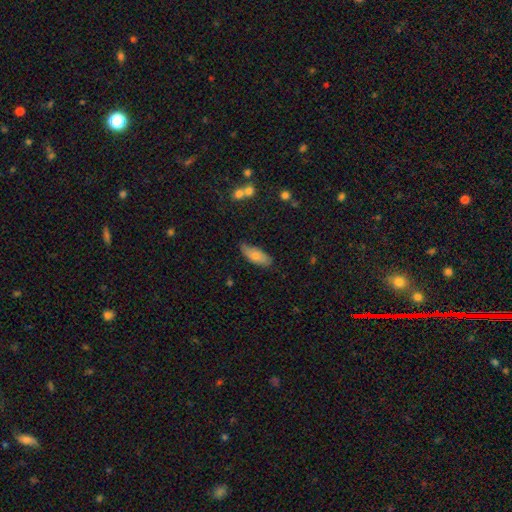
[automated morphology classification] Overall: smooth (75%). How rounded: in between (76%). Merging: none (70%).